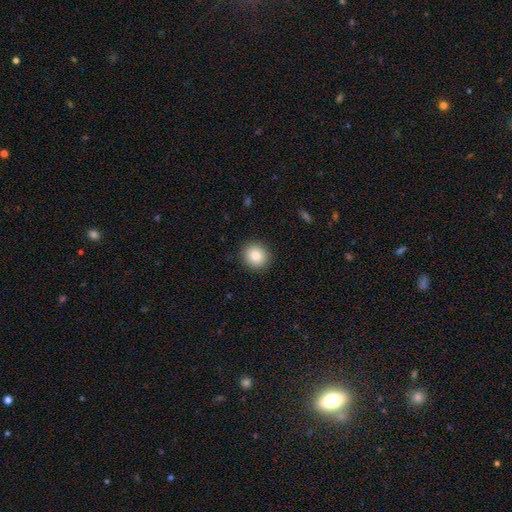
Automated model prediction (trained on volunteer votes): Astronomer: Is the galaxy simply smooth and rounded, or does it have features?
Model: smooth — 86%.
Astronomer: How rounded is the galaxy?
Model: round — 87%.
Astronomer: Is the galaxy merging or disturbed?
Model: none — 91%.